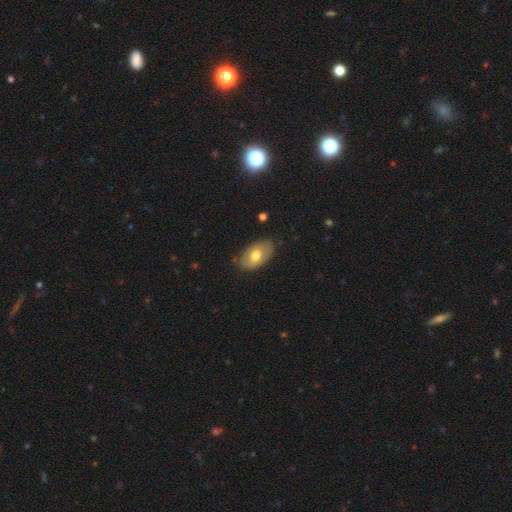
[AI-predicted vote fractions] Morphology: type=smooth (60%); roundness=in between (91%); merging=none (78%).